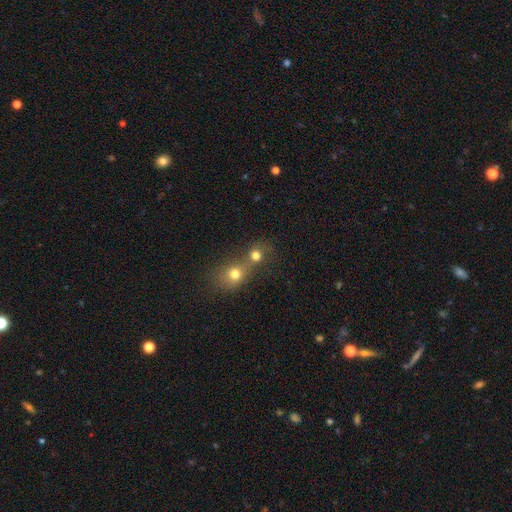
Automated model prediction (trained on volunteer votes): This is likely a smooth galaxy (74%). How rounded: likely round (79%). Merging: possibly merger (60%).